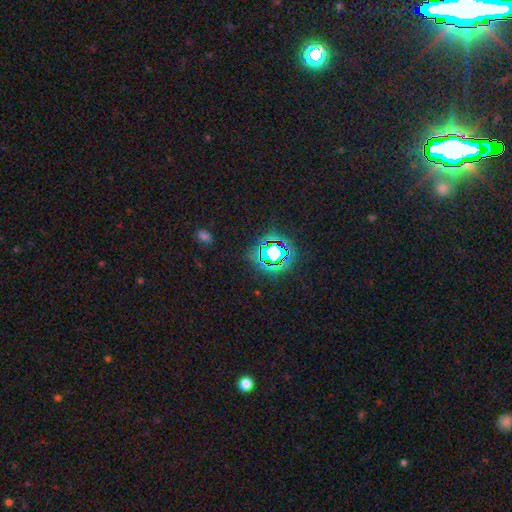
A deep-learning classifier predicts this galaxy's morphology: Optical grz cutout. It shows a star or artifact, not a galaxy (76%).